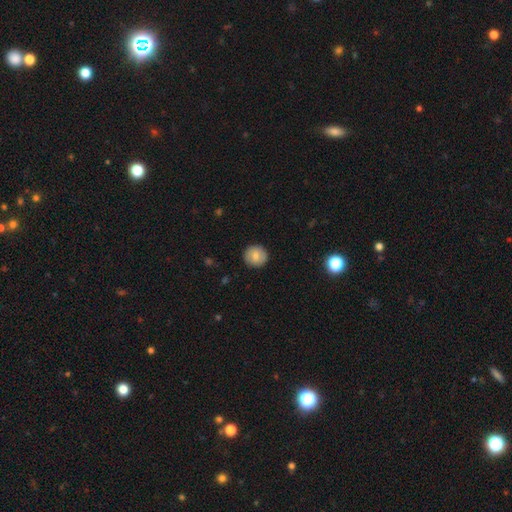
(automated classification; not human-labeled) Morphology: type=smooth (75%); roundness=round (91%); merging=none (89%).